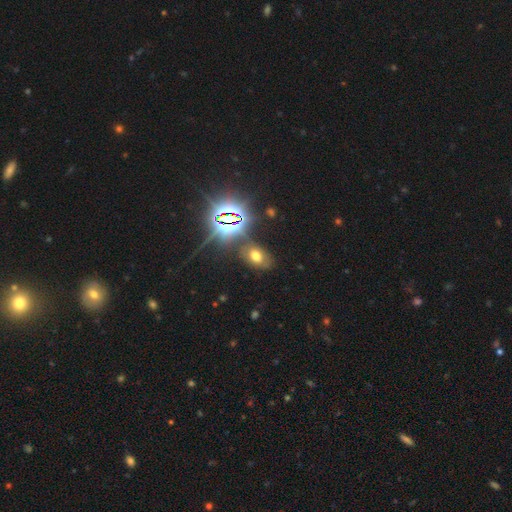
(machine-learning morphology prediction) This appears to be a smooth galaxy with no disk features (49%). Merging: none (73%).